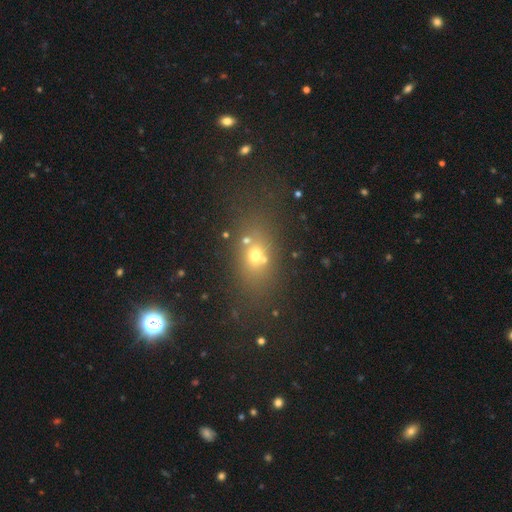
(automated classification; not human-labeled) Smooth or featured?
  - smooth: 57% *
  - star or artifact: 23%
  - featured or disk: 20%
How rounded?
  - in between: 62% *
  - round: 33%
  - cigar-shaped: 5%
Merging?
  - none: 62% *
  - merger: 17%
  - minor disturbance: 13%
  - major disturbance: 8%